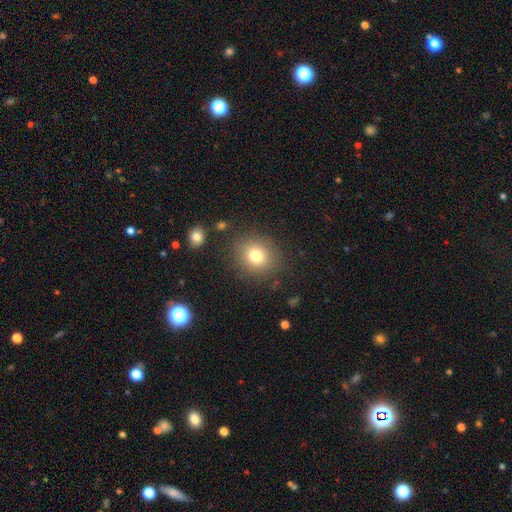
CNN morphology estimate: Q: Smooth or featured?
A: smooth (78%); runner-up: star or artifact (12%)
Q: How rounded?
A: round (78%); runner-up: in between (21%)
Q: Merging?
A: none (84%); runner-up: minor disturbance (9%)